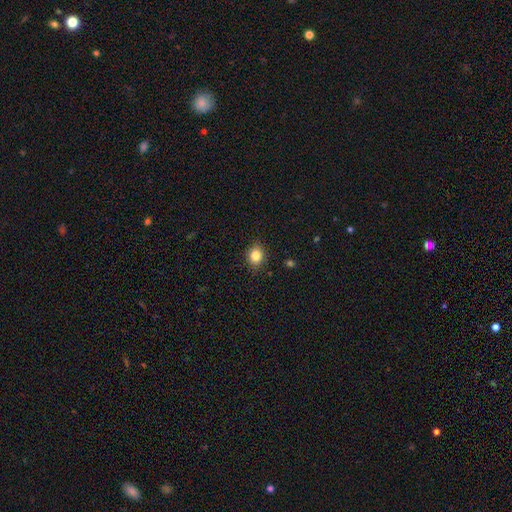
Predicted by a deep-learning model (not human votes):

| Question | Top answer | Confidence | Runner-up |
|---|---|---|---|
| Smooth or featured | smooth | 85% | star or artifact (10%) |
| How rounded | round | 62% | in between (37%) |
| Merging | none | 87% | minor disturbance (10%) |